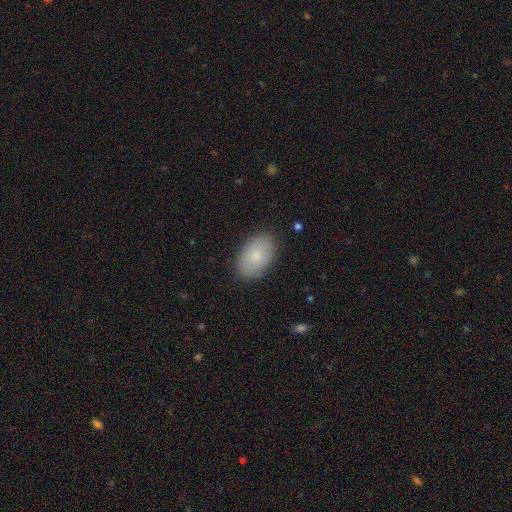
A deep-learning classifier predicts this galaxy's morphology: type=smooth (82%); roundness=in between (92%); merging=none (86%).